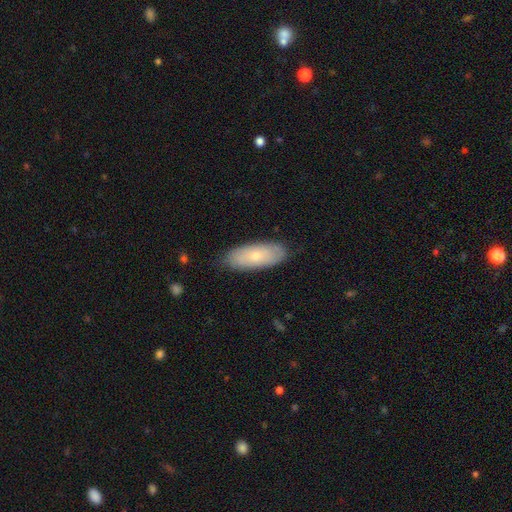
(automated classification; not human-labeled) Smooth or featured? smooth (68%)
How rounded? in between (82%)
Merging? none (83%)